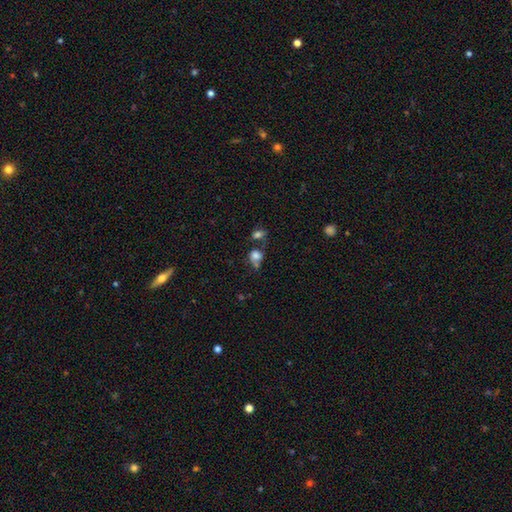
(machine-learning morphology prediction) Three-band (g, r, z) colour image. It shows a smooth galaxy with no disk features (75%) that is round (62%). Merging: none (38%).